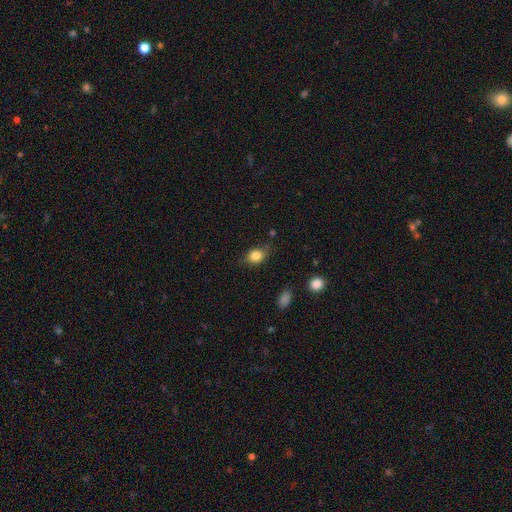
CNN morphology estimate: smooth_or_featured: smooth (p=0.82) [alt: star or artifact p=0.10]
how_rounded: in between (p=0.50) [alt: round p=0.48]
merging: none (p=0.70) [alt: minor disturbance p=0.23]